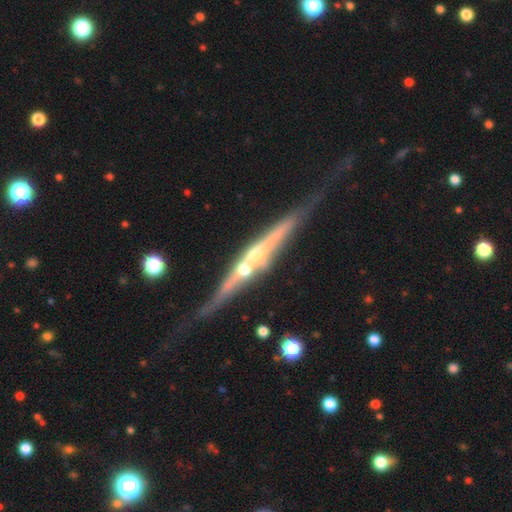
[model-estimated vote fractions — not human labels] Smooth or featured? Predicted: featured or disk (p=0.83). Edge-on disk? Predicted: yes (p=0.96). Edge-on bulge? Predicted: rounded (p=0.77). Merging? Predicted: none (p=0.63).